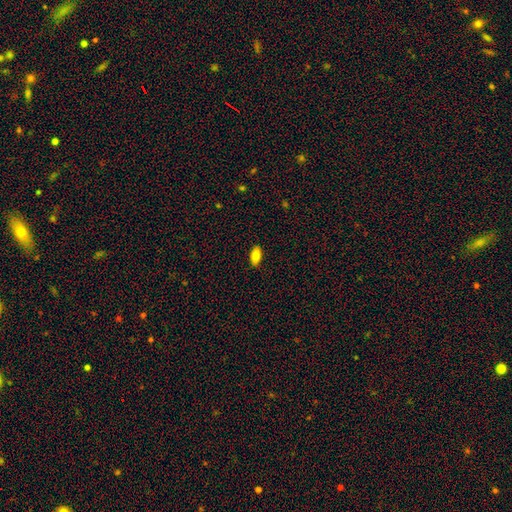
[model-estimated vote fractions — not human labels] Smooth or featured? smooth (81%)
How rounded? in between (90%)
Merging? none (89%)